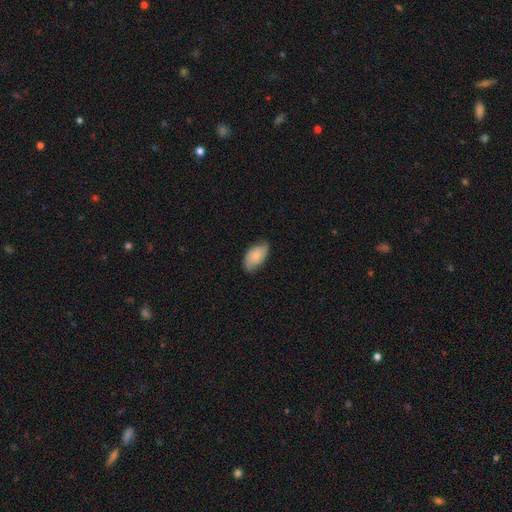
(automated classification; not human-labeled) Overall: smooth (72%). How rounded: in between (94%). Merging: none (72%).